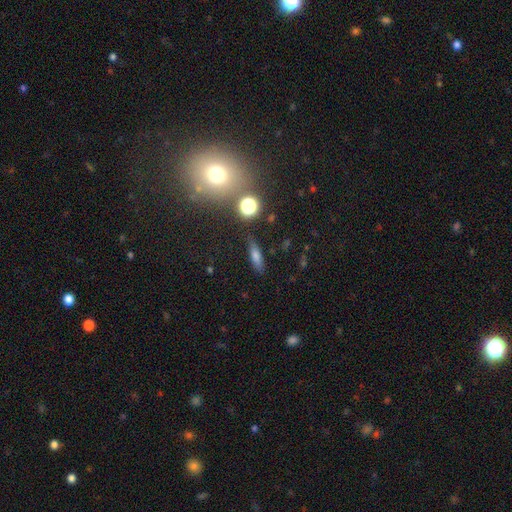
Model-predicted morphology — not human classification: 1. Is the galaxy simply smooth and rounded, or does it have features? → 61% smooth, 21% featured or disk, 18% star or artifact.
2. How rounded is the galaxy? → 61% cigar-shaped, 31% in between, 8% round.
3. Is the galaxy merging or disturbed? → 83% none, 11% minor disturbance, 3% major disturbance, 3% merger.